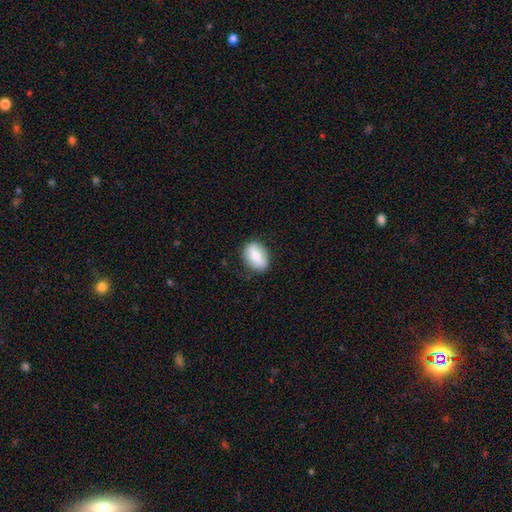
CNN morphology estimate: Smooth or featured?
  - smooth: 71% *
  - featured or disk: 22%
  - star or artifact: 7%
How rounded?
  - in between: 72% *
  - round: 26%
  - cigar-shaped: 2%
Merging?
  - none: 81% *
  - minor disturbance: 14%
  - major disturbance: 3%
  - merger: 1%